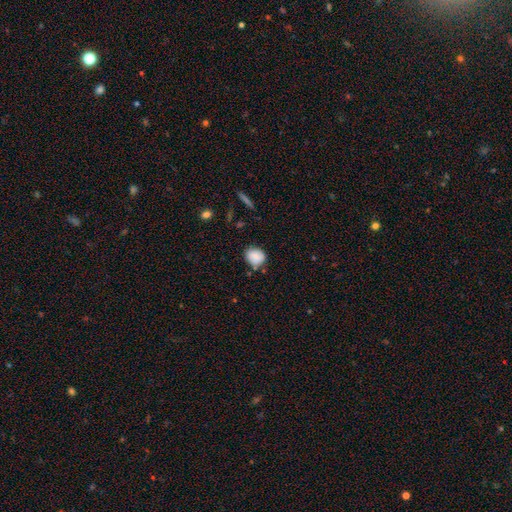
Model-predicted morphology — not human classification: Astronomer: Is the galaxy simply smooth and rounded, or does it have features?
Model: smooth — 85%.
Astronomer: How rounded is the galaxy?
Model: round — 70%.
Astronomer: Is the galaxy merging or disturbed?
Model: none — 76%.